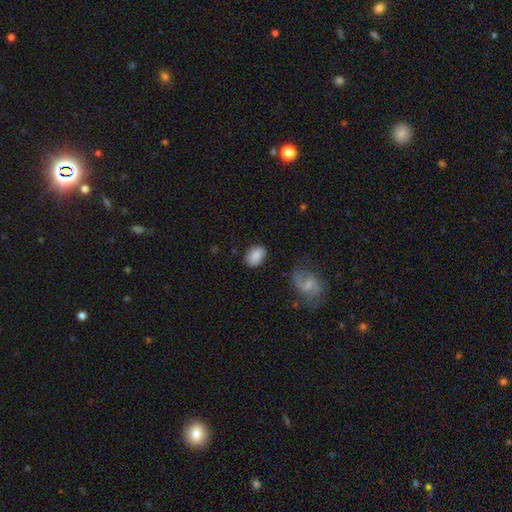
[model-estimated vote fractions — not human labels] Overall: smooth (79%). How rounded: in between (78%). Merging: none (80%).